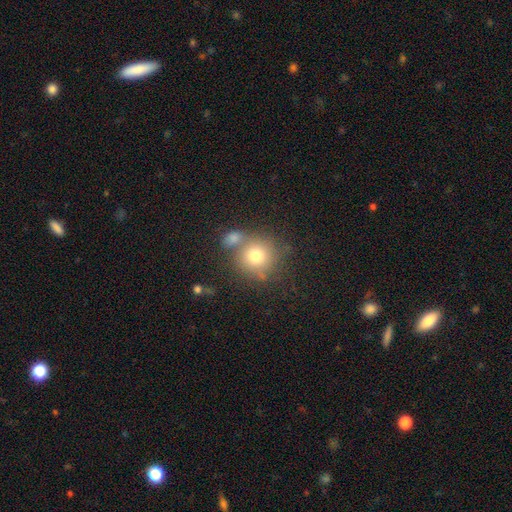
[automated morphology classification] A smooth galaxy with no disk features (76%) that is round (88%).

Vote fractions:
- Smooth or featured? smooth: 76% / featured or disk: 13% / star or artifact: 11%
- How rounded? round: 88% / in between: 11% / cigar-shaped: 1%
- Merging? none: 55% / merger: 29% / minor disturbance: 11% / major disturbance: 5%